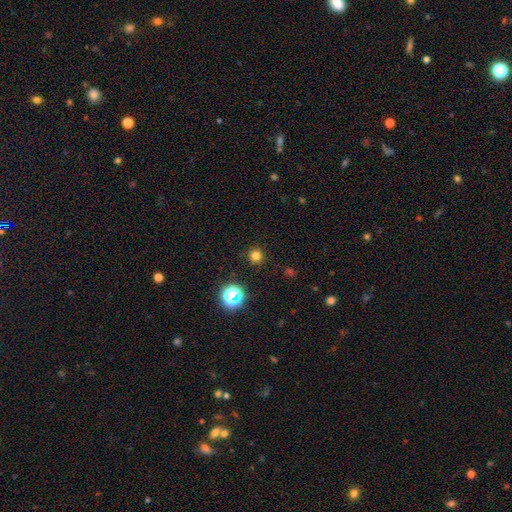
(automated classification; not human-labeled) smooth 75%, star or artifact 20%, featured or disk 5%. Down the decision tree: how rounded — round (94%); merging — none (90%).